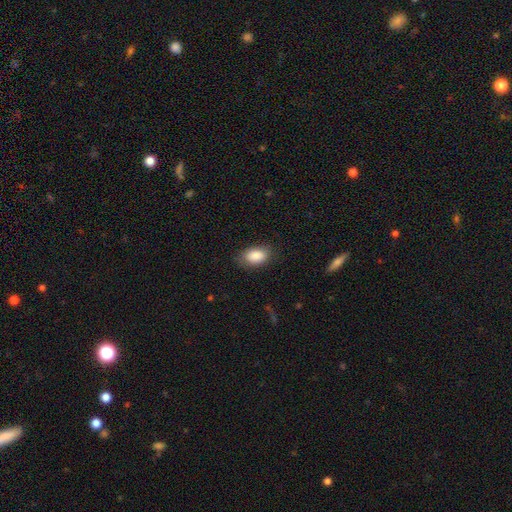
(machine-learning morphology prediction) A smooth galaxy with no disk features (88%) that is in between round and cigar-shaped (90%). Merging: none (80%).